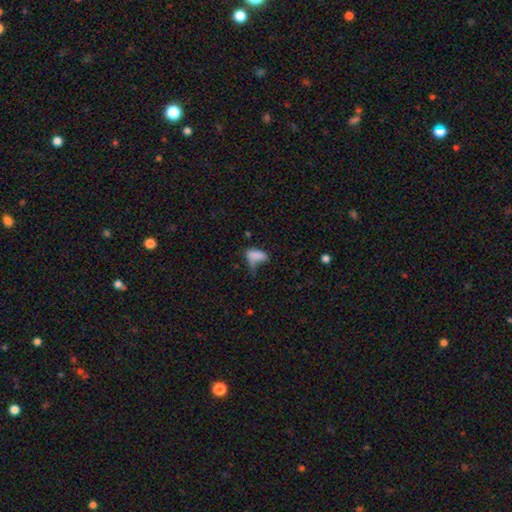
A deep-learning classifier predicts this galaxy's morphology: Smooth or featured?
  - smooth: 77% *
  - featured or disk: 12%
  - star or artifact: 11%
How rounded?
  - in between: 87% *
  - cigar-shaped: 8%
  - round: 5%
Merging?
  - major disturbance: 35% *
  - none: 27%
  - minor disturbance: 25%
  - merger: 13%